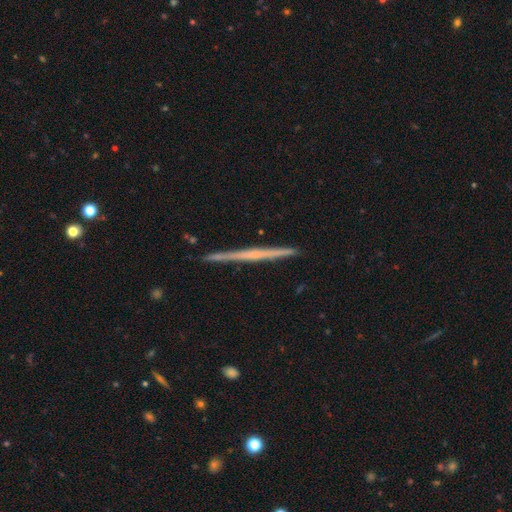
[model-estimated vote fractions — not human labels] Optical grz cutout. It shows a featured or disk galaxy (67%) viewed edge-on (98%) with no central bulge (67%). Merging: none (90%).